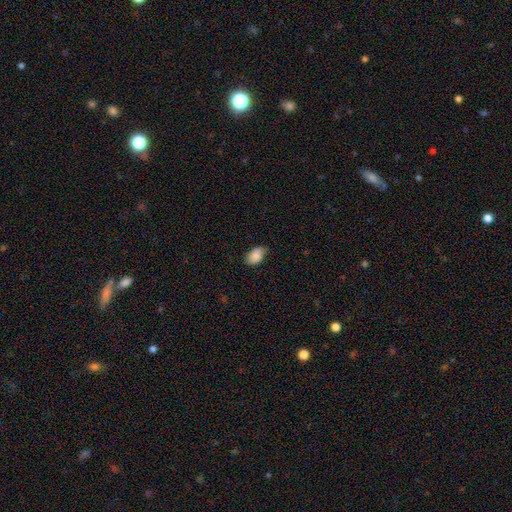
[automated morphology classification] A smooth galaxy with no disk features (87%) that is in between round and cigar-shaped (91%). Merging: none (76%).